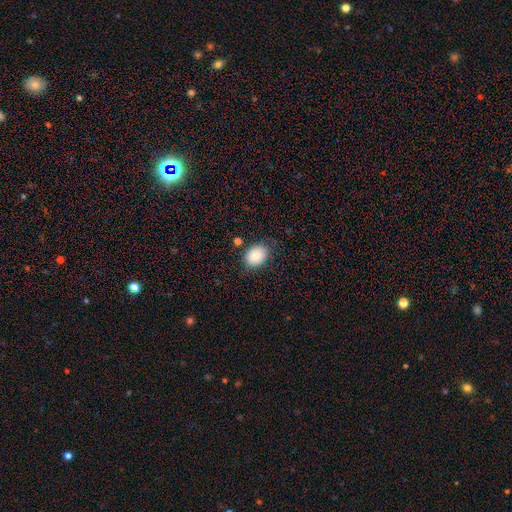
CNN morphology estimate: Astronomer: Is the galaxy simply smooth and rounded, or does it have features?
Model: smooth — 85%.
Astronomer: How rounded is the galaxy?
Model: in between — 68%.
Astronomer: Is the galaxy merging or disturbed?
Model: none — 78%.